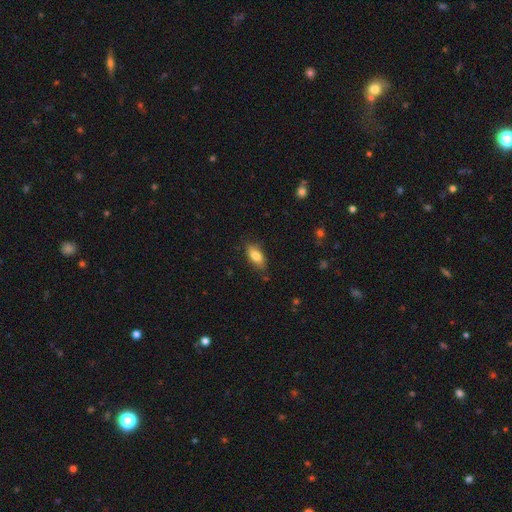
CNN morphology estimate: The model was most divided on "merging": none: 80%, minor disturbance: 15%, major disturbance: 3%, merger: 1%. More confident: how rounded — in between (85%); smooth or featured — smooth (81%).